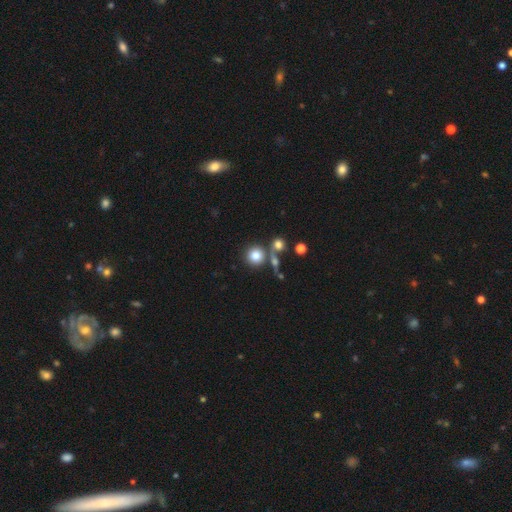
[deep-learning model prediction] This is likely a smooth galaxy (78%). How rounded: clearly round (91%). Merging: likely none (68%).